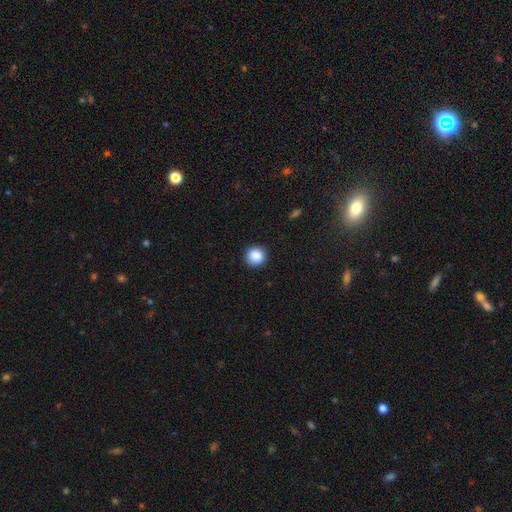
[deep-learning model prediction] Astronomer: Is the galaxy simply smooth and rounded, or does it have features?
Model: smooth — 87%.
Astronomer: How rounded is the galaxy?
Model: round — 93%.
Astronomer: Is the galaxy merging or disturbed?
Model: none — 91%.